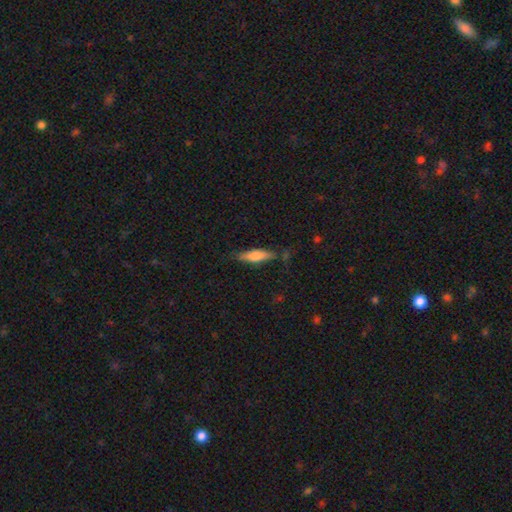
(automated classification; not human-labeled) Smooth or featured: smooth — 59% (featured or disk — 34%)
How rounded: cigar-shaped — 64% (in between — 34%)
Merging: none — 75% (minor disturbance — 17%)